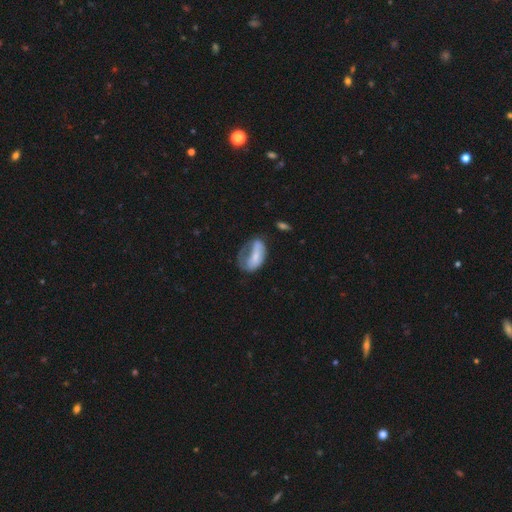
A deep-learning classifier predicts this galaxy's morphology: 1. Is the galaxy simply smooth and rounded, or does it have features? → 54% smooth, 39% featured or disk, 7% star or artifact.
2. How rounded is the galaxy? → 86% in between, 9% round, 5% cigar-shaped.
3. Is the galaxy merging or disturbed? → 47% major disturbance, 25% minor disturbance, 23% none, 5% merger.